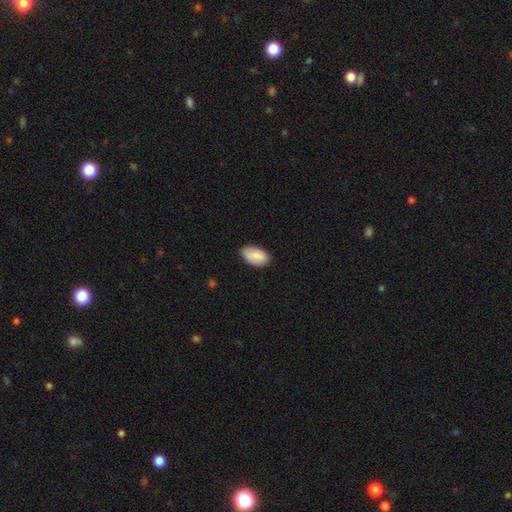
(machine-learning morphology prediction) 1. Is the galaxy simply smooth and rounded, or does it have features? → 87% smooth, 7% featured or disk, 6% star or artifact.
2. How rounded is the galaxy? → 95% in between, 3% round, 2% cigar-shaped.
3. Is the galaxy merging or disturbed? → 78% none, 18% minor disturbance, 2% major disturbance, 1% merger.